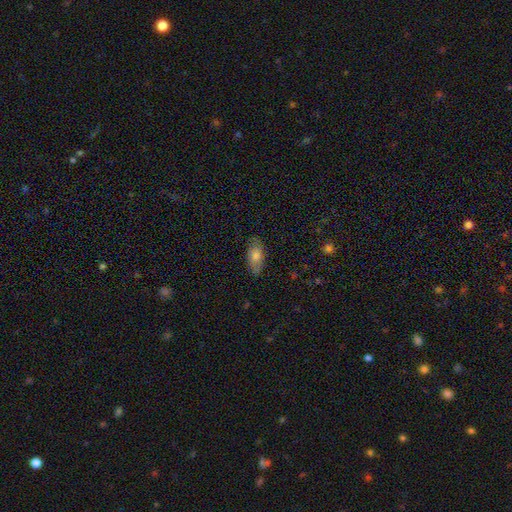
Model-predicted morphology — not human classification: Smooth or featured? Predicted: smooth (p=0.73). How rounded? Predicted: in between (p=0.88). Merging? Predicted: none (p=0.78).